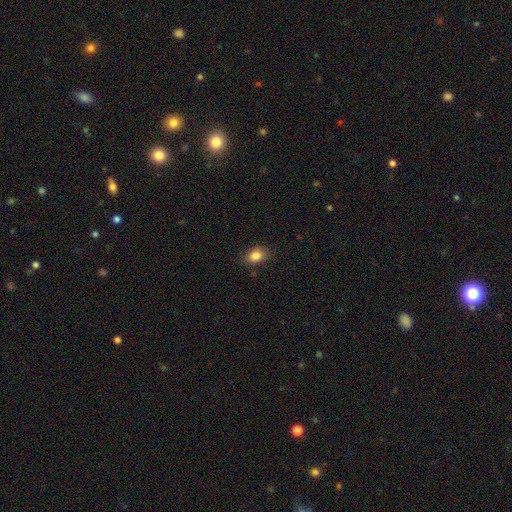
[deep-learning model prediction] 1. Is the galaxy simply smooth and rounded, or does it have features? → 85% smooth, 9% star or artifact, 6% featured or disk.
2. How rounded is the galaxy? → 76% in between, 22% round, 1% cigar-shaped.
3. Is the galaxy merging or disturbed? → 84% none, 13% minor disturbance, 3% major disturbance, 1% merger.